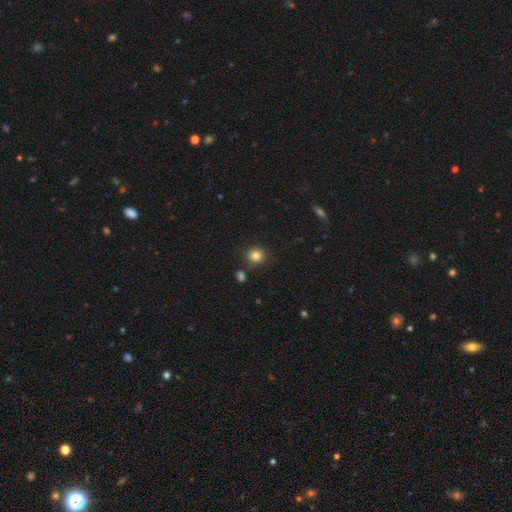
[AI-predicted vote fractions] smooth-or-featured: smooth: 83% | star or artifact: 12% | featured or disk: 5%
  how-rounded: round: 88% | in between: 11% | cigar-shaped: 1%
  merging: none: 81% | minor disturbance: 9% | merger: 7% | major disturbance: 3%